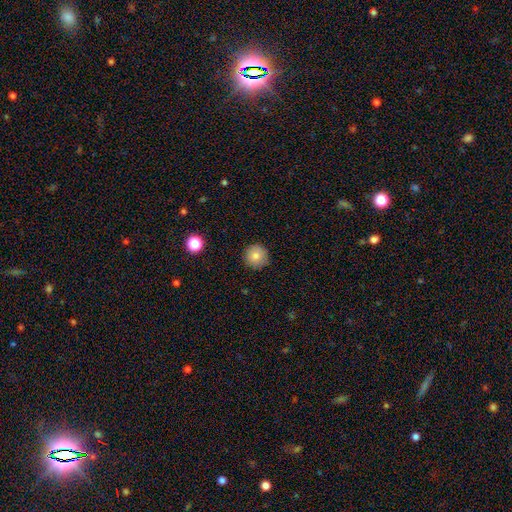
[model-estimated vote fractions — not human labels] The model was most divided on "smooth or featured": smooth: 80%, star or artifact: 10%, featured or disk: 10%. More confident: how rounded — round (96%); merging — none (90%).